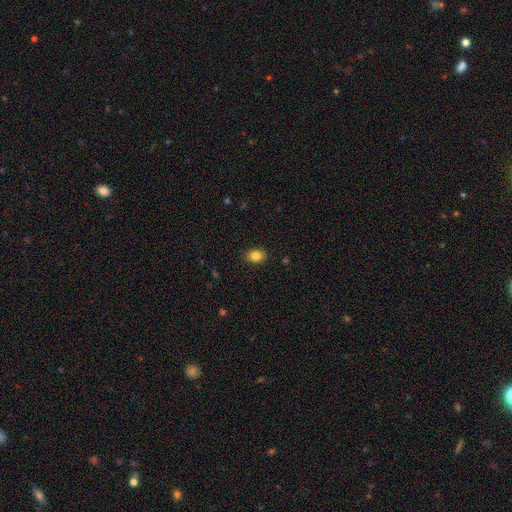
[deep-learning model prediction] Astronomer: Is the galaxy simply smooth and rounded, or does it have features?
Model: smooth — 85%.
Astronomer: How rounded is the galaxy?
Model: in between — 70%.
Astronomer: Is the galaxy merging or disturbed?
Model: none — 89%.